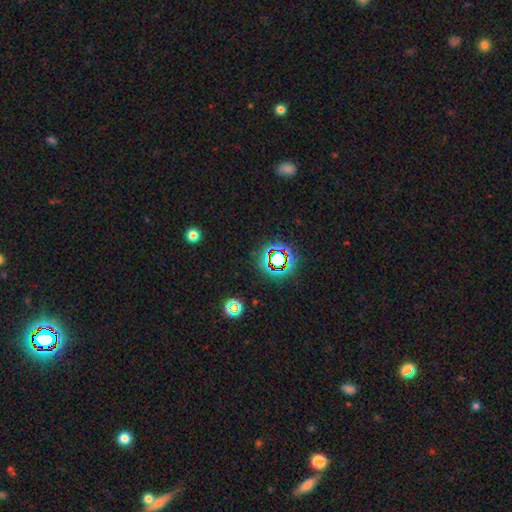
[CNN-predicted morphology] The model was most divided on "smooth or featured": star or artifact: 71%, smooth: 17%, featured or disk: 12%.